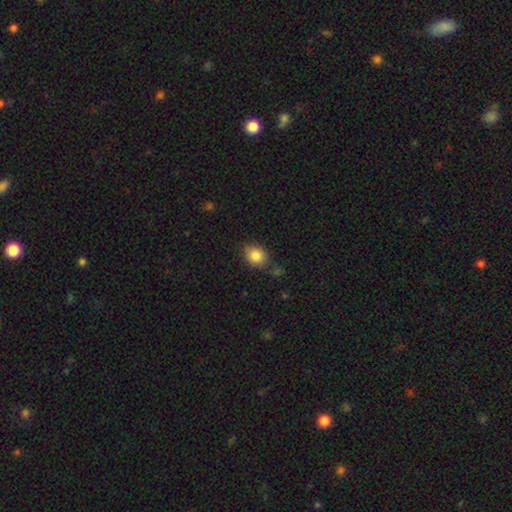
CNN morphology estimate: This is clearly a smooth galaxy (86%). How rounded: possibly round (55%). Merging: likely none (74%).